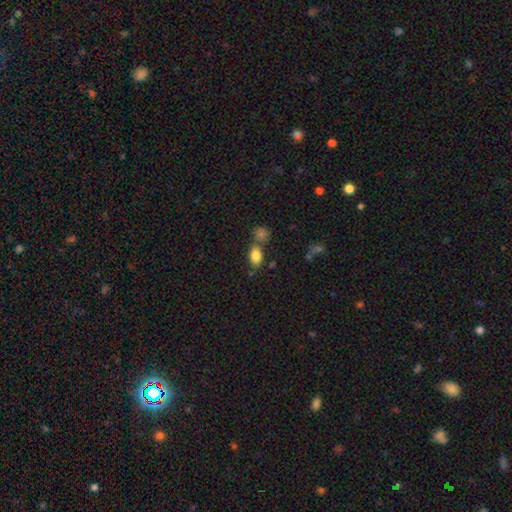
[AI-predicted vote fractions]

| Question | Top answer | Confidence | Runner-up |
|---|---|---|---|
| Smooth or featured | smooth | 83% | star or artifact (9%) |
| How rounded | in between | 86% | round (12%) |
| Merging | none | 64% | merger (19%) |